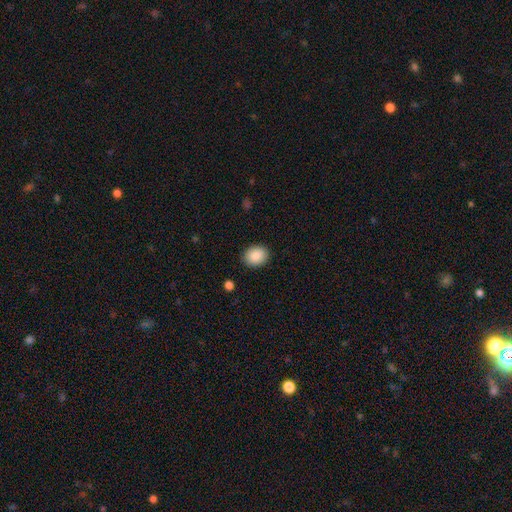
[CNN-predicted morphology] Smooth or featured: smooth — 90% (star or artifact — 7%)
How rounded: in between — 53% (round — 46%)
Merging: none — 89% (minor disturbance — 8%)